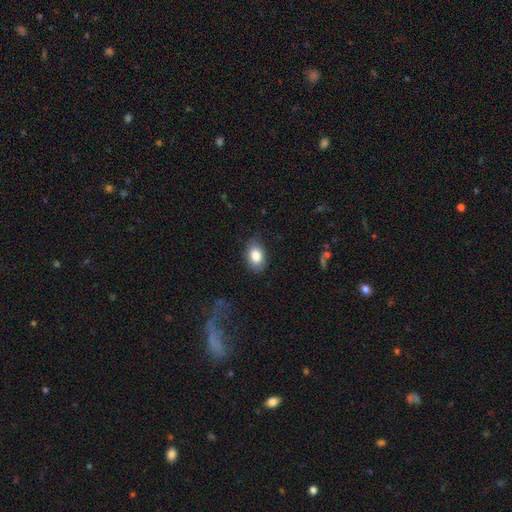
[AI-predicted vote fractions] smooth 83%, featured or disk 9%, star or artifact 8%. Down the decision tree: how rounded — in between (82%); merging — none (76%).